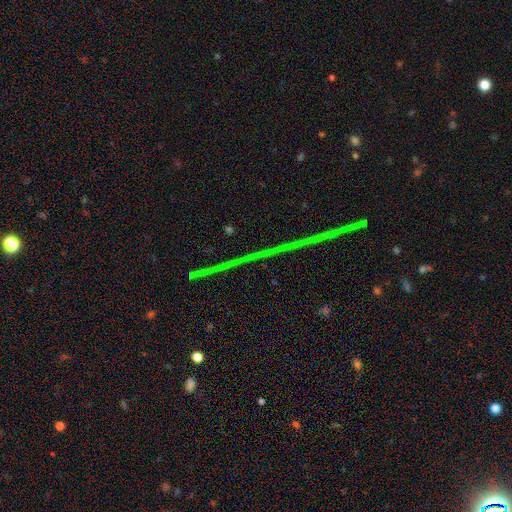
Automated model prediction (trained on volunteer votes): Smooth or featured?
  - star or artifact: 84% *
  - featured or disk: 10%
  - smooth: 6%